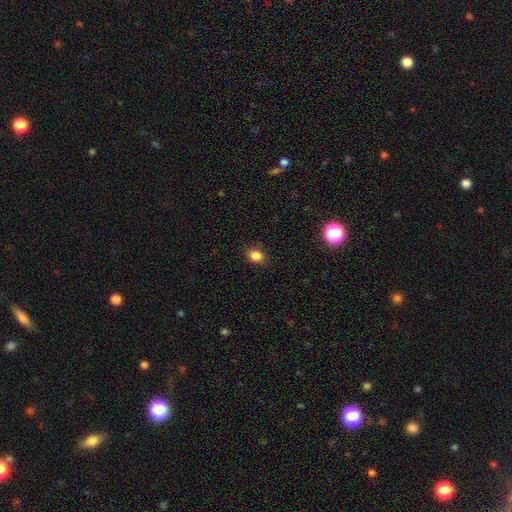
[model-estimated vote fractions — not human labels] smooth_or_featured: smooth (p=0.84) [alt: star or artifact p=0.12]
how_rounded: in between (p=0.60) [alt: round p=0.39]
merging: none (p=0.83) [alt: minor disturbance p=0.13]